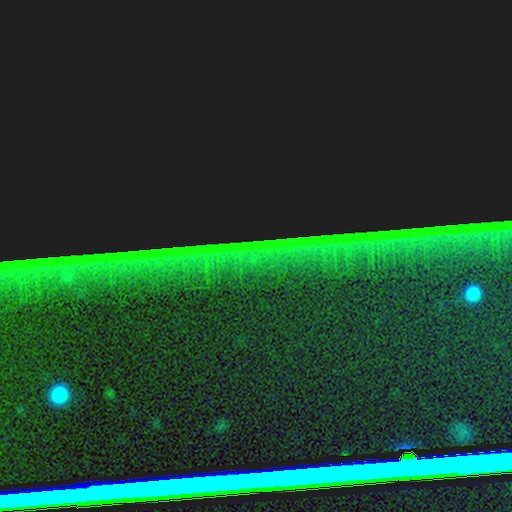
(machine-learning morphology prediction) The model was most divided on "smooth or featured": star or artifact: 87%, featured or disk: 7%, smooth: 6%.